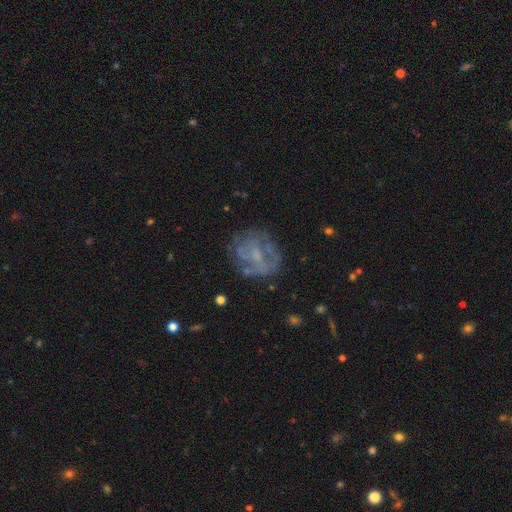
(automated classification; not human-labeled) This is likely a featured or disk galaxy (61%). It is clearly not viewed edge-on (97%). Bar: likely no (65%). Spiral arm pattern: possibly no (59%). Central bulge: marginally small (41%). Merging: likely none (64%).